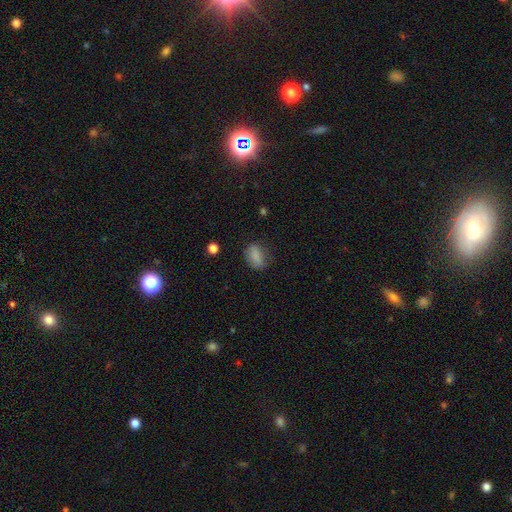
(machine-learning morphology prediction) This is clearly a smooth galaxy (85%). How rounded: likely in between (80%). Merging: likely none (74%).